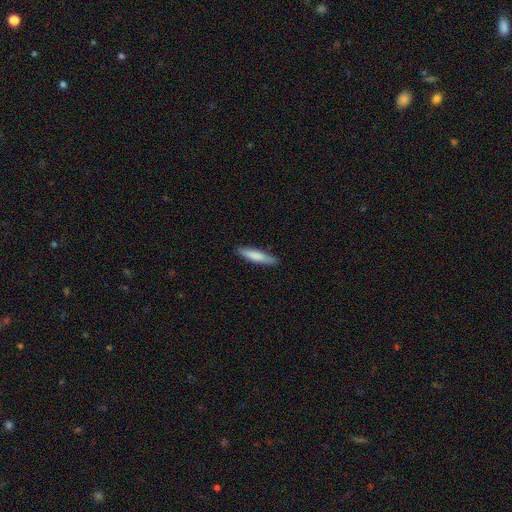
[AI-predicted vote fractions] Q: Smooth or featured?
A: smooth (79%); runner-up: featured or disk (15%)
Q: How rounded?
A: cigar-shaped (85%); runner-up: in between (14%)
Q: Merging?
A: none (86%); runner-up: minor disturbance (11%)